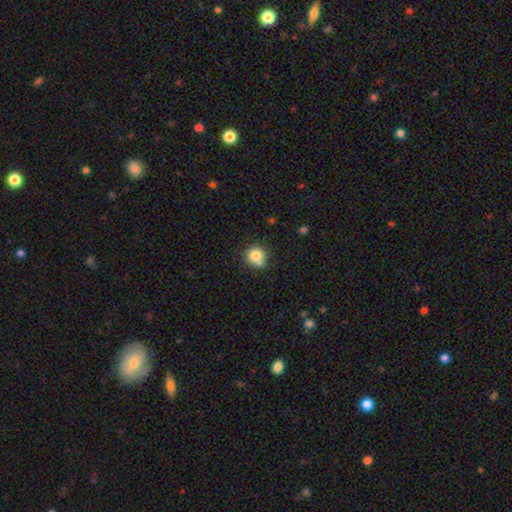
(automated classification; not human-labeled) smooth-or-featured: smooth: 82% | star or artifact: 10% | featured or disk: 8%
  how-rounded: round: 90% | in between: 9% | cigar-shaped: 1%
  merging: none: 67% | merger: 15% | minor disturbance: 14% | major disturbance: 4%